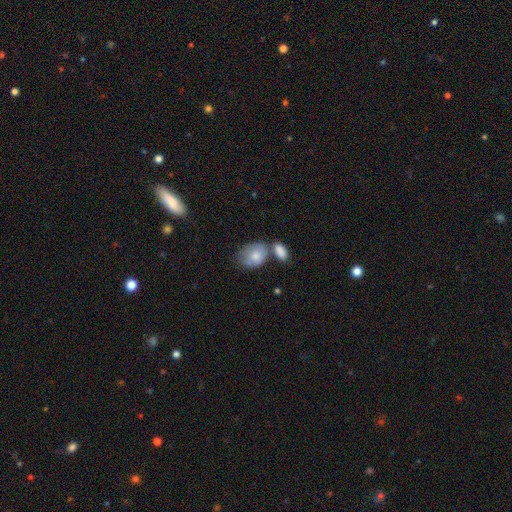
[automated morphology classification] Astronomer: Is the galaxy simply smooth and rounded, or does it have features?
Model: smooth — 76%.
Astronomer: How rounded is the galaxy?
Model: in between — 70%.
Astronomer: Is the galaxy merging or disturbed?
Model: none — 36%, tied with merger at 36%.